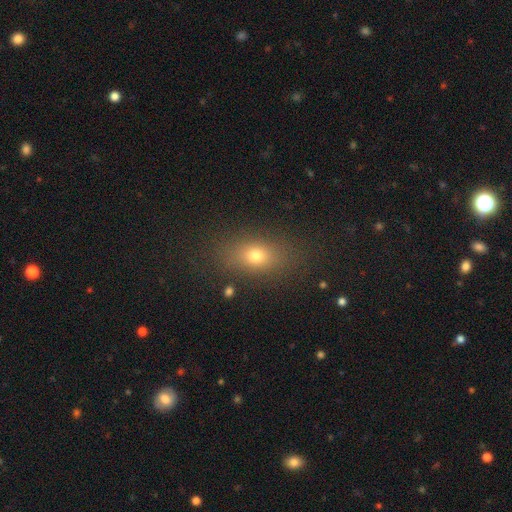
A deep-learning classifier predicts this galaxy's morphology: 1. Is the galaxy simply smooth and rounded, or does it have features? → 72% smooth, 15% star or artifact, 13% featured or disk.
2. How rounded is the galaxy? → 72% in between, 22% round, 6% cigar-shaped.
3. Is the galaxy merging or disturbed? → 83% none, 11% minor disturbance, 5% major disturbance, 2% merger.